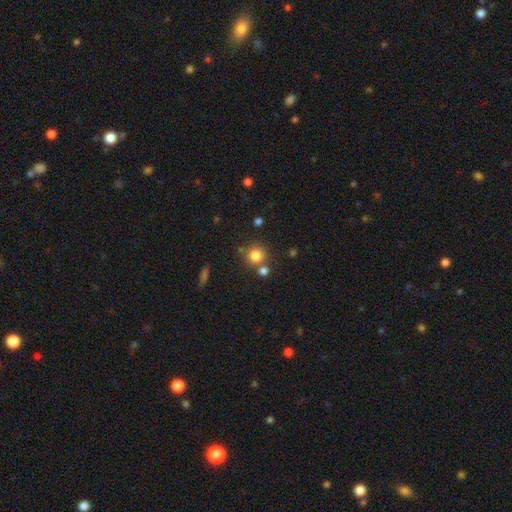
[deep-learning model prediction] smooth-or-featured: smooth: 81% | star or artifact: 12% | featured or disk: 7%
  how-rounded: round: 90% | in between: 9% | cigar-shaped: 1%
  merging: none: 72% | merger: 16% | minor disturbance: 9% | major disturbance: 4%